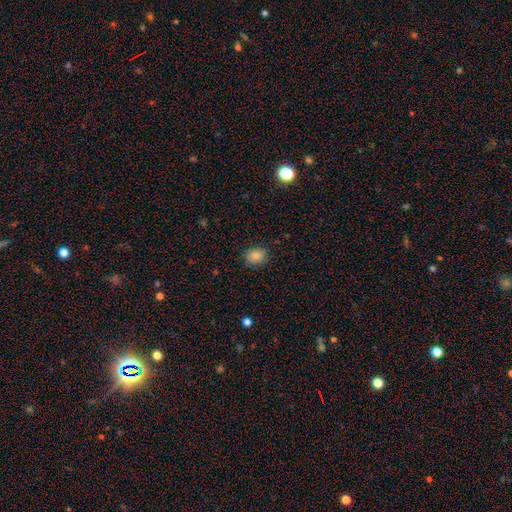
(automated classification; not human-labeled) Smooth or featured: smooth — 85% (star or artifact — 10%)
How rounded: round — 50% (in between — 49%)
Merging: none — 85% (minor disturbance — 11%)